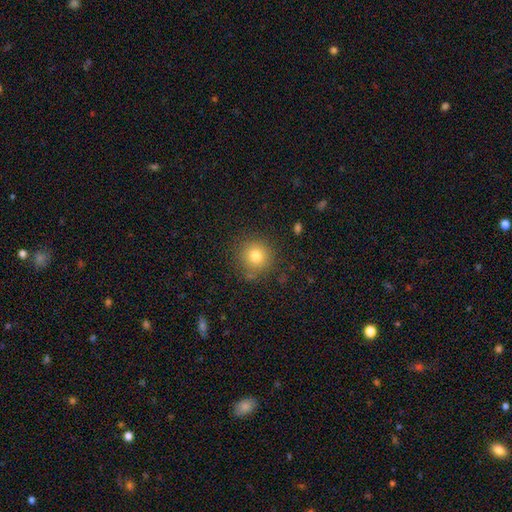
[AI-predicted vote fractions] Smooth or featured? Predicted: smooth (p=0.79). How rounded? Predicted: round (p=0.93). Merging? Predicted: none (p=0.84).